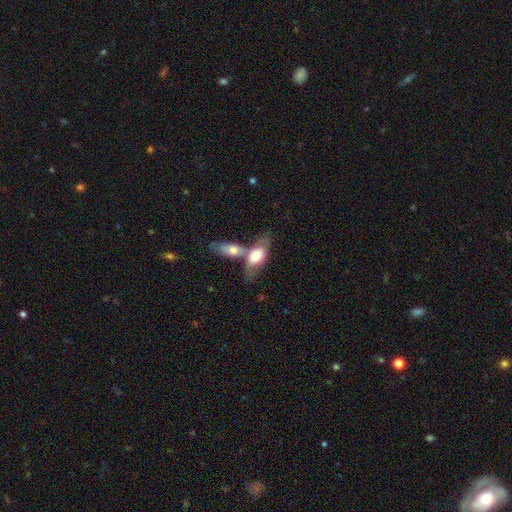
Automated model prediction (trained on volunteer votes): Smooth or featured? Predicted: smooth (p=0.67). How rounded? Predicted: in between (p=0.84). Merging? Predicted: merger (p=0.63).